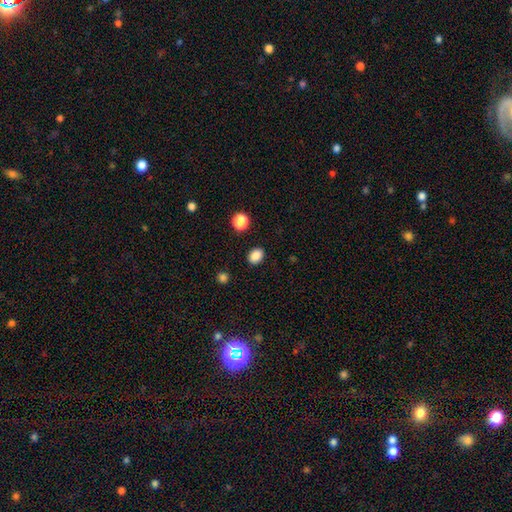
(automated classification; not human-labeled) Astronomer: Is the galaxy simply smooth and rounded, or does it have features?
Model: smooth — 87%.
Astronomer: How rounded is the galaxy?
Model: in between — 62% (runner-up: round, 37%).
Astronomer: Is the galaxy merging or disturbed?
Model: none — 89%.